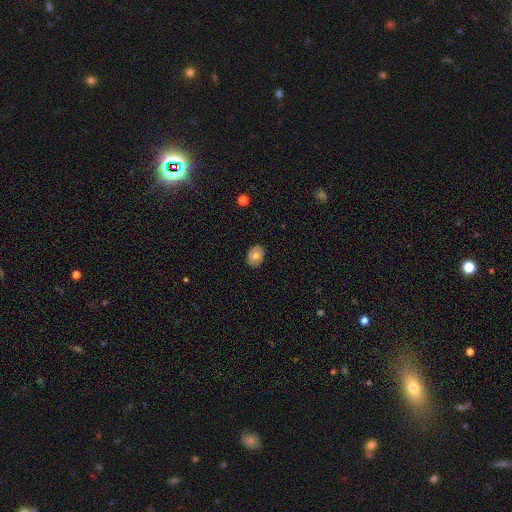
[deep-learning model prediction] smooth-or-featured: smooth: 68% | featured or disk: 24% | star or artifact: 8%
  how-rounded: in between: 65% | round: 34% | cigar-shaped: 1%
  merging: none: 88% | minor disturbance: 9% | major disturbance: 2% | merger: 1%